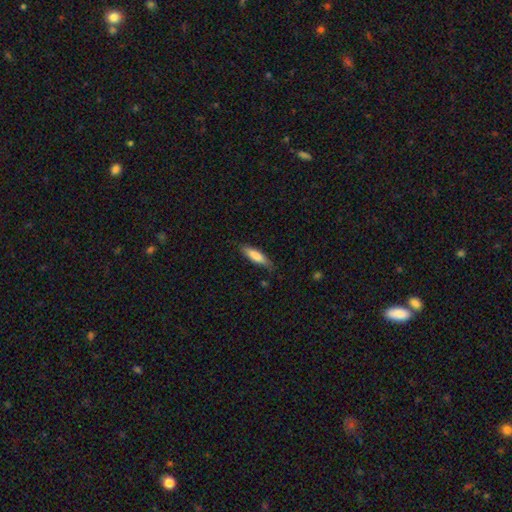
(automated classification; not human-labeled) This is likely a smooth galaxy (78%). How rounded: likely cigar-shaped (70%). Merging: likely none (78%).